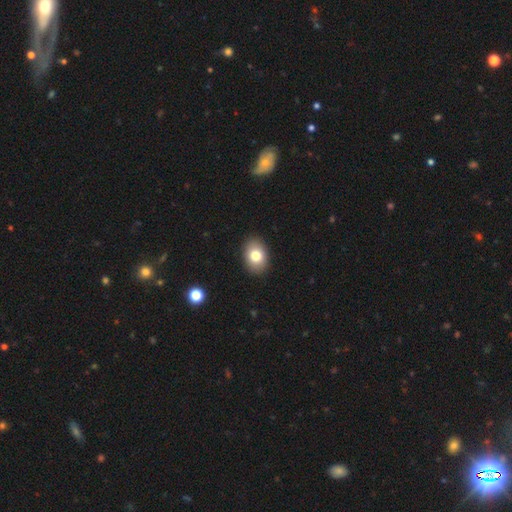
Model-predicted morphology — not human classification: smooth-or-featured: smooth: 80% | featured or disk: 12% | star or artifact: 9%
  how-rounded: in between: 75% | round: 25% | cigar-shaped: 1%
  merging: none: 90% | minor disturbance: 7% | major disturbance: 2% | merger: 1%